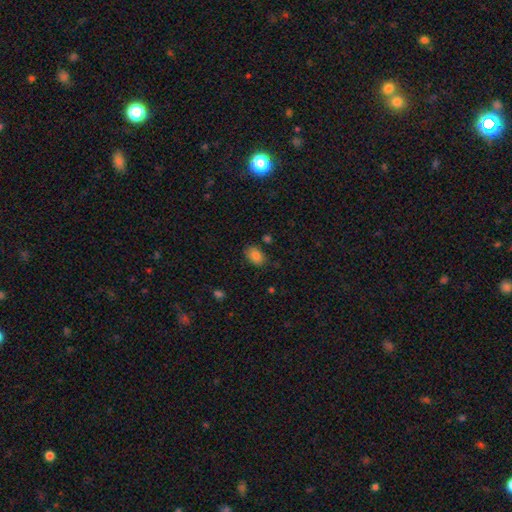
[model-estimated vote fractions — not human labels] Smooth or featured: smooth — 85% (star or artifact — 10%)
How rounded: in between — 85% (round — 14%)
Merging: none — 76% (minor disturbance — 17%)